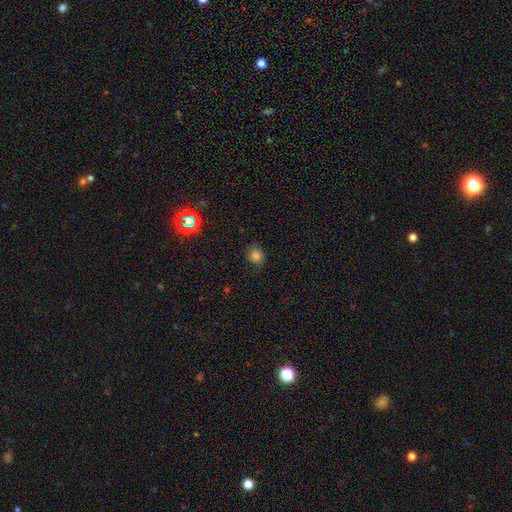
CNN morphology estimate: The model was most divided on "how rounded": round: 72%, in between: 27%, cigar-shaped: 1%. More confident: smooth or featured — smooth (76%); merging — none (73%).